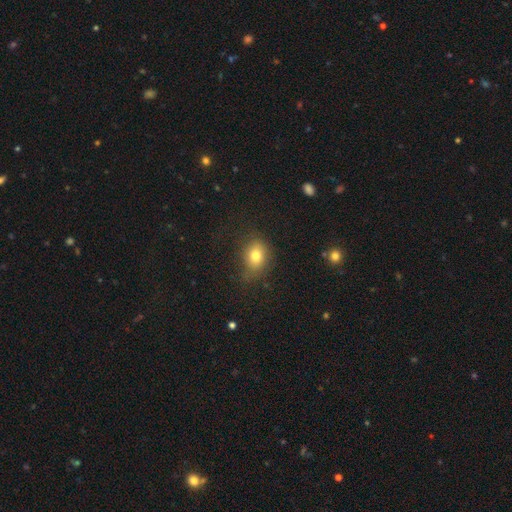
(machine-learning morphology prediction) Q: Smooth or featured?
A: smooth (78%); runner-up: star or artifact (11%)
Q: How rounded?
A: in between (55%); runner-up: round (44%)
Q: Merging?
A: none (66%); runner-up: minor disturbance (23%)